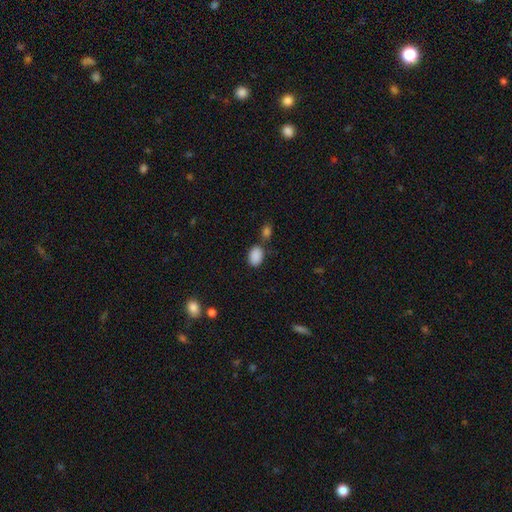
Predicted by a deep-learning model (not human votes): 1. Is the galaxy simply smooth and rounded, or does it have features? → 88% smooth, 8% star or artifact, 4% featured or disk.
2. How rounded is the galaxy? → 83% in between, 16% round, 1% cigar-shaped.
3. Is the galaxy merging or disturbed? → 65% none, 16% merger, 15% minor disturbance, 5% major disturbance.